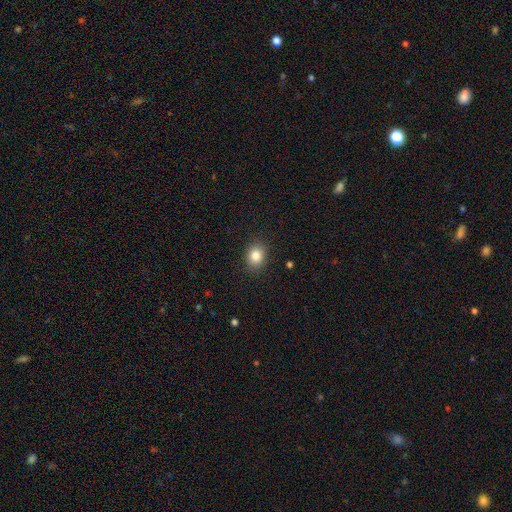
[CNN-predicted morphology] Smooth or featured? smooth (84%)
How rounded? round (55%)
Merging? none (88%)